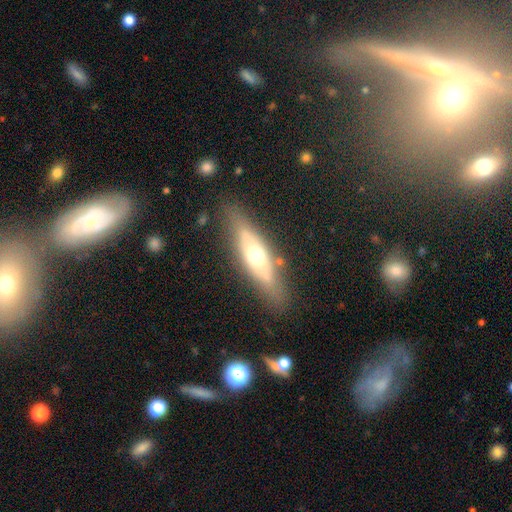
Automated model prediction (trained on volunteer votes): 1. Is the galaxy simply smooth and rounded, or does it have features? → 51% featured or disk, 43% smooth, 6% star or artifact.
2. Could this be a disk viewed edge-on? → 64% yes, 36% no.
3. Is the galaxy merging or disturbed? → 79% none, 14% minor disturbance, 4% major disturbance, 3% merger.